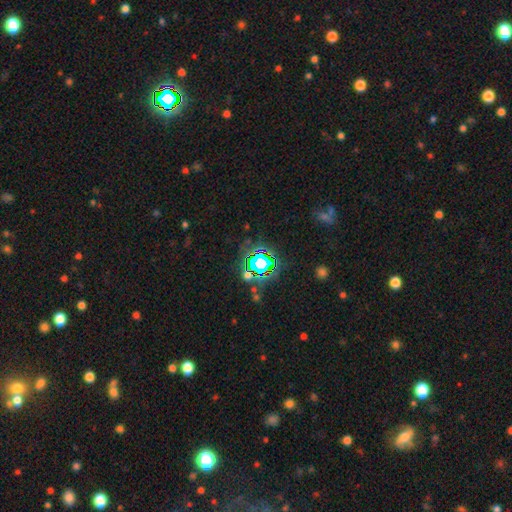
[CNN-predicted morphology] Q: Smooth or featured?
A: star or artifact (75%); runner-up: smooth (16%)